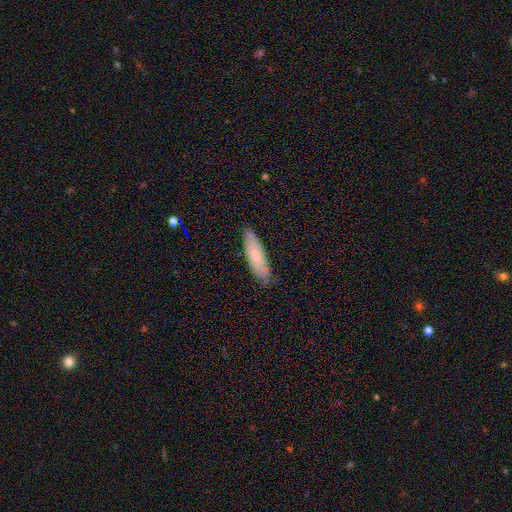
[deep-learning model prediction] Smooth or featured?
  - smooth: 70% *
  - featured or disk: 24%
  - star or artifact: 6%
How rounded?
  - cigar-shaped: 52% *
  - in between: 46%
  - round: 2%
Merging?
  - none: 85% *
  - minor disturbance: 12%
  - major disturbance: 2%
  - merger: 1%